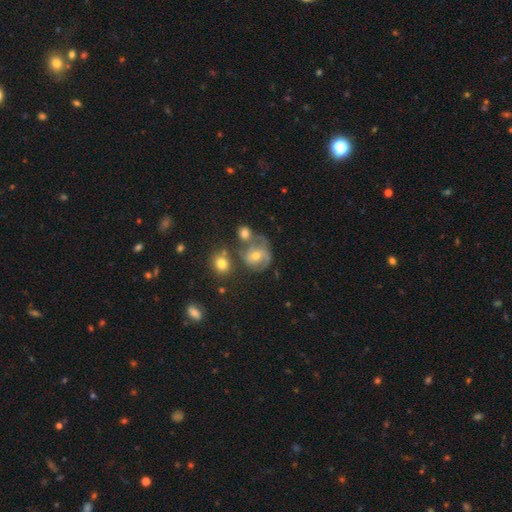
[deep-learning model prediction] Smooth or featured?
  - featured or disk: 56% *
  - smooth: 32%
  - star or artifact: 12%
Edge-on disk?
  - no: 97% *
  - yes: 3%
Bar?
  - no: 58% *
  - weak: 32%
  - strong: 10%
Spiral arms?
  - yes: 74% *
  - no: 26%
Bulge size?
  - moderate: 57% *
  - small: 37%
  - large: 3%
  - none: 2%
  - dominant: 1%
Merging?
  - none: 48% *
  - minor disturbance: 20%
  - merger: 18%
  - major disturbance: 13%